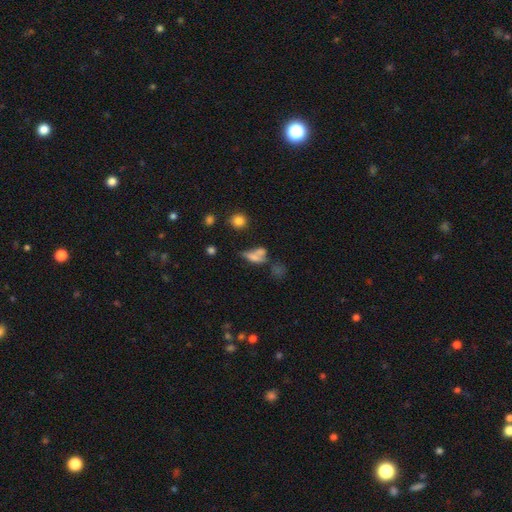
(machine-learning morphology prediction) Smooth or featured: smooth — 60% (featured or disk — 25%)
How rounded: in between — 61% (cigar-shaped — 25%)
Merging: merger — 39% (none — 32%)